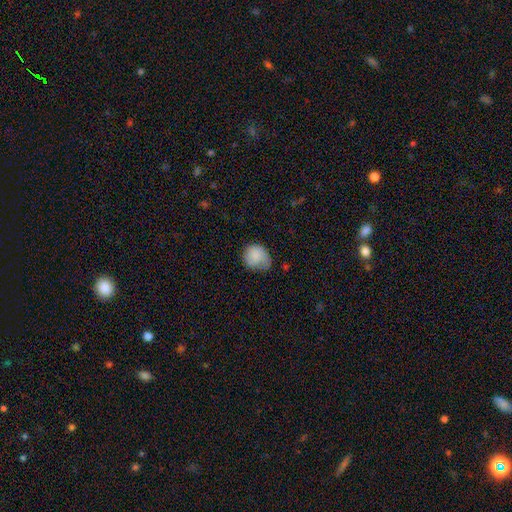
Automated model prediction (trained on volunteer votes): Q: Smooth or featured?
A: smooth (82%); runner-up: featured or disk (11%)
Q: How rounded?
A: round (66%); runner-up: in between (33%)
Q: Merging?
A: none (43%); runner-up: minor disturbance (40%)